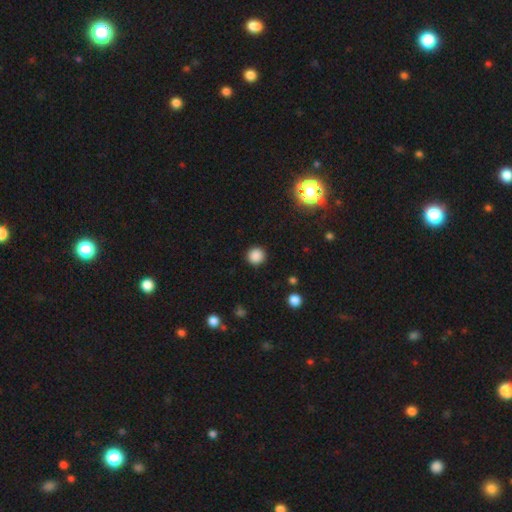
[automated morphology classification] Q: Smooth or featured?
A: smooth (85%); runner-up: star or artifact (12%)
Q: How rounded?
A: round (94%); runner-up: in between (5%)
Q: Merging?
A: none (91%); runner-up: minor disturbance (6%)